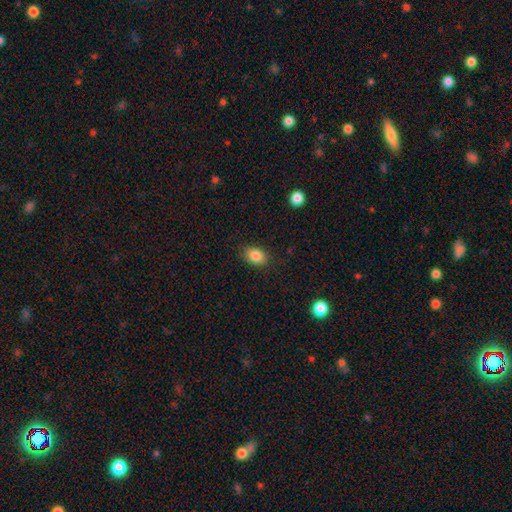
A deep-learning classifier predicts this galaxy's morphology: This appears to be a smooth galaxy with no disk features (86%) that is in between round and cigar-shaped (76%). Merging: none (86%).